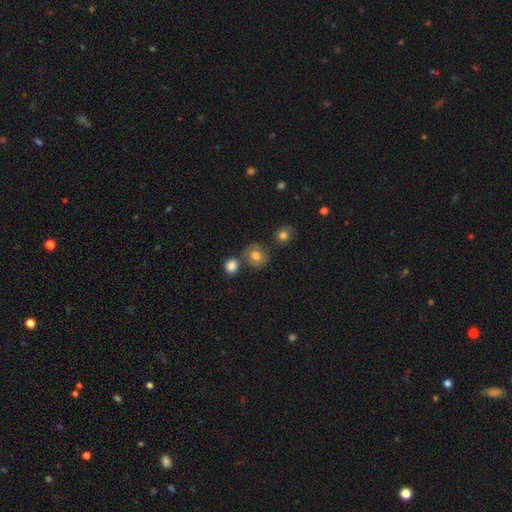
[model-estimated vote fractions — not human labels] Morphology: type=smooth (68%); roundness=round (81%); merging=none (64%).